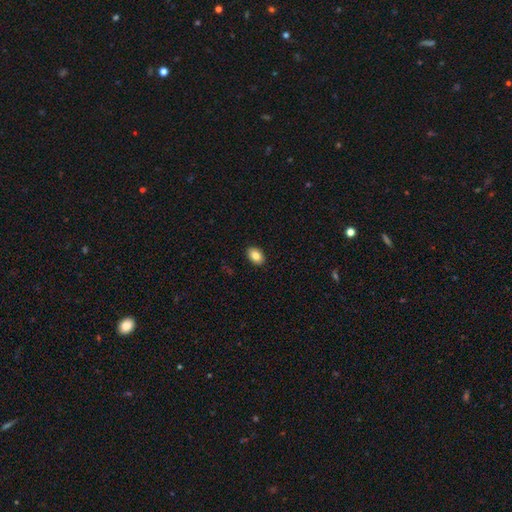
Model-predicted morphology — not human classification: smooth 83%, featured or disk 9%, star or artifact 8%. Down the decision tree: how rounded — in between (81%); merging — none (90%).